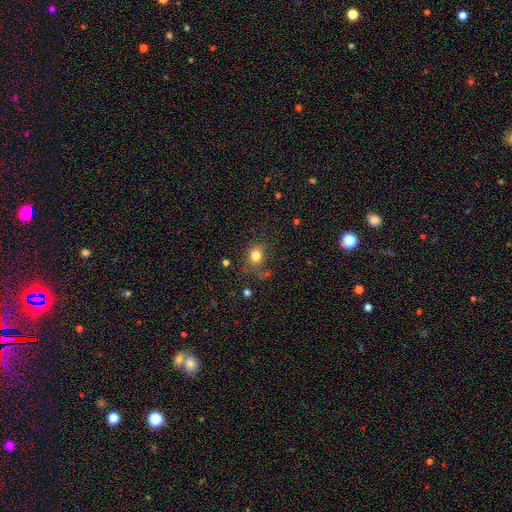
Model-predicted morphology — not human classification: This appears to be a smooth galaxy with no disk features (80%) that is round (56%). Merging: none (71%).